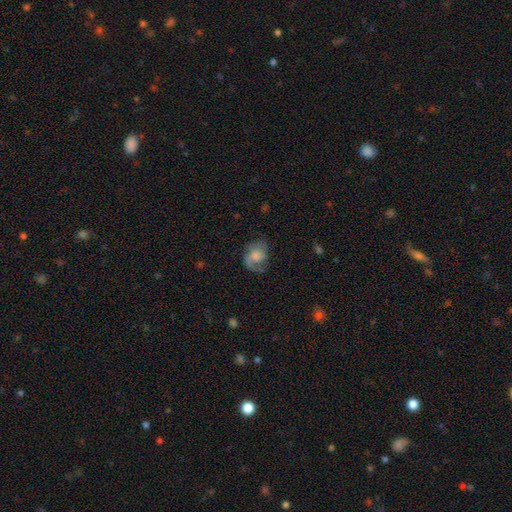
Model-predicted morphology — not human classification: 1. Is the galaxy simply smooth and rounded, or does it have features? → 52% featured or disk, 40% smooth, 8% star or artifact.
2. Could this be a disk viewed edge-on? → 97% no, 3% yes.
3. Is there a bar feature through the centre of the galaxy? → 68% no, 28% weak, 4% strong.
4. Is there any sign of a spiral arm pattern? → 87% yes, 13% no.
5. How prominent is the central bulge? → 33% moderate, 22% large, 22% small, 20% none, 3% dominant.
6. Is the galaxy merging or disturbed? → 56% none, 24% minor disturbance, 18% major disturbance, 2% merger.